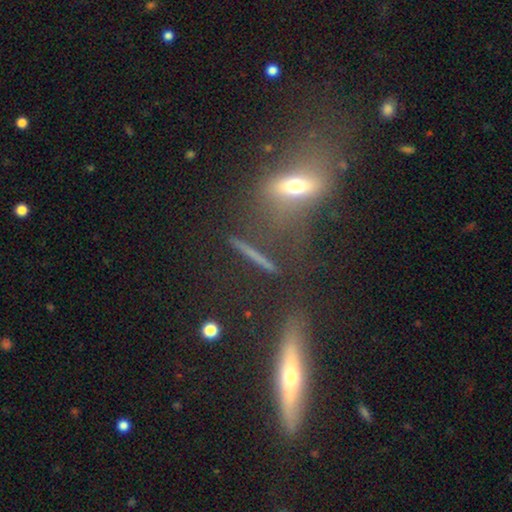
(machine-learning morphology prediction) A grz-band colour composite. It shows a featured or disk galaxy (42%). Merging: none (71%).